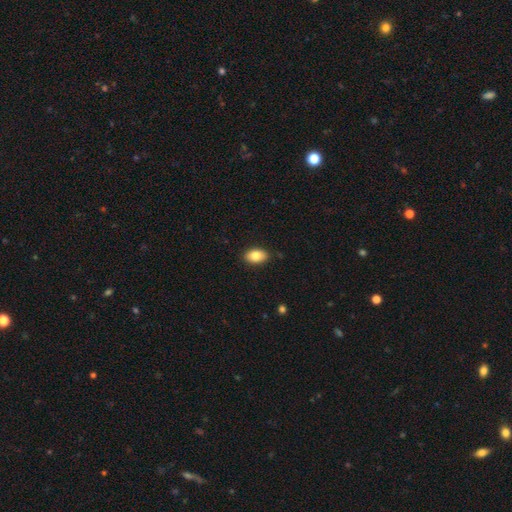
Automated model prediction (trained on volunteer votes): Smooth or featured?
  - smooth: 84% *
  - featured or disk: 9%
  - star or artifact: 7%
How rounded?
  - in between: 91% *
  - round: 7%
  - cigar-shaped: 2%
Merging?
  - none: 88% *
  - minor disturbance: 9%
  - major disturbance: 2%
  - merger: 1%